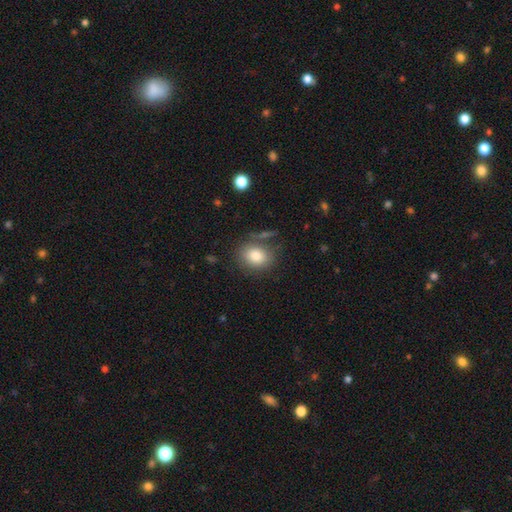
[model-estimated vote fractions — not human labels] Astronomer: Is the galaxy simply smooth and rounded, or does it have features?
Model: smooth — 82%.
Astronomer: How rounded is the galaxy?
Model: in between — 55% (runner-up: round, 44%).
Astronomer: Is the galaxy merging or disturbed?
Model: none — 75%.